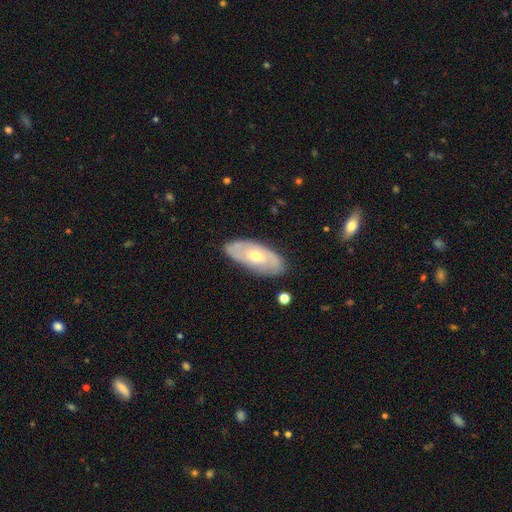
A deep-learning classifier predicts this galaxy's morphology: Q: Smooth or featured?
A: featured or disk (60%); runner-up: smooth (34%)
Q: Edge-on disk?
A: no (86%); runner-up: yes (14%)
Q: Bar?
A: no (70%); runner-up: weak (24%)
Q: Spiral arms?
A: yes (61%); runner-up: no (39%)
Q: Bulge size?
A: moderate (64%); runner-up: small (30%)
Q: Merging?
A: none (83%); runner-up: minor disturbance (13%)